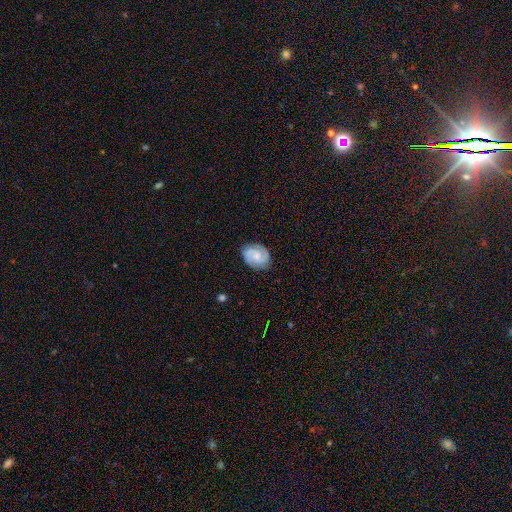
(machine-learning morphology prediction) type=featured or disk (71%); edge-on=no (98%); bar=no (59%); spiral arms=yes (95%); winding=tight (49%); arm count=2 (60%); bulge=small (42%); merging=none (80%).